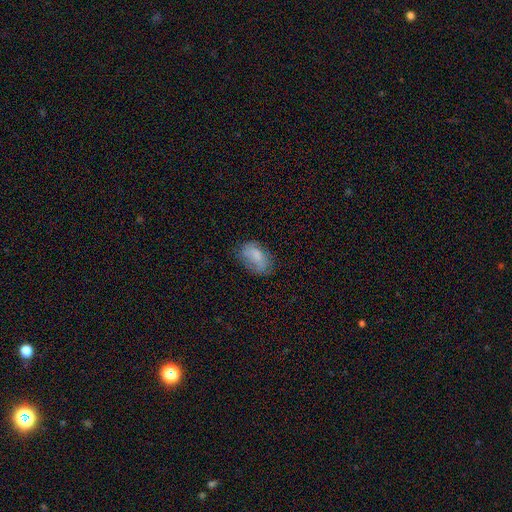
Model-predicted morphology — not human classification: Q: Smooth or featured?
A: smooth (71%); runner-up: featured or disk (21%)
Q: How rounded?
A: in between (90%); runner-up: round (9%)
Q: Merging?
A: none (62%); runner-up: minor disturbance (26%)